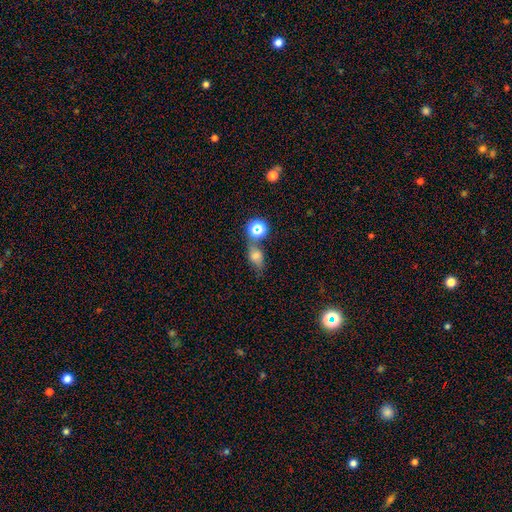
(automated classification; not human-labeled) A smooth galaxy with no disk features (62%) that is in between round and cigar-shaped (64%).

Vote fractions:
- Smooth or featured? smooth: 62% / star or artifact: 20% / featured or disk: 19%
- How rounded? in between: 64% / round: 31% / cigar-shaped: 6%
- Merging? none: 51% / minor disturbance: 21% / merger: 18% / major disturbance: 10%